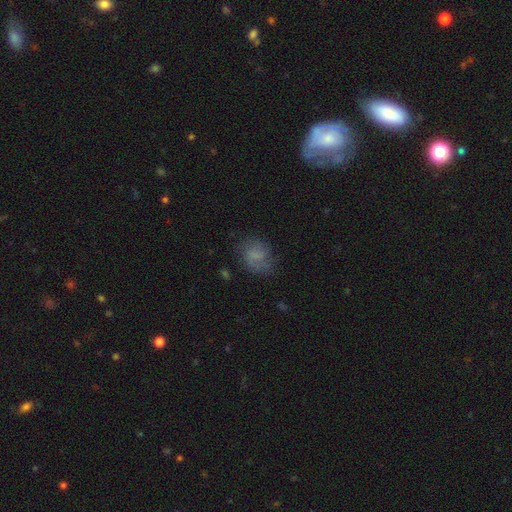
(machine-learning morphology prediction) The model was most divided on "how rounded": in between: 53%, round: 45%, cigar-shaped: 1%. More confident: merging — none (63%); smooth or featured — smooth (54%).